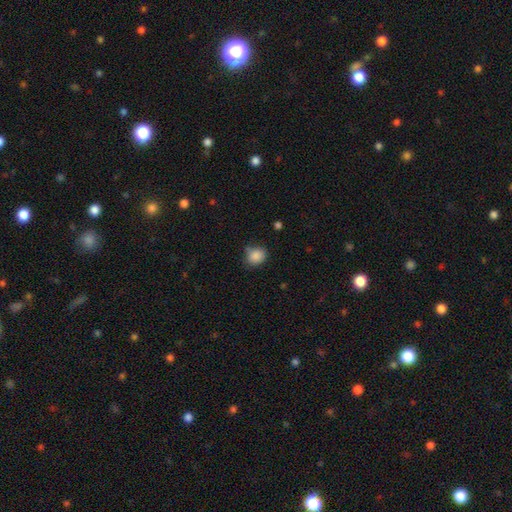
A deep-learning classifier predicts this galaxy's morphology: Smooth or featured? smooth (87%)
How rounded? round (62%)
Merging? none (71%)